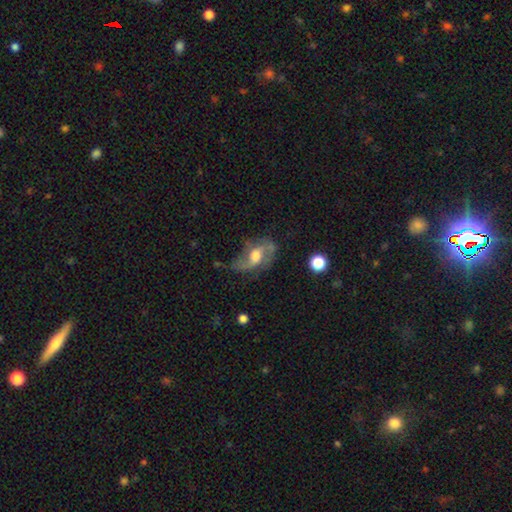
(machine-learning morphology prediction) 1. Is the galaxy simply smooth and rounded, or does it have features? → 73% featured or disk, 19% smooth, 8% star or artifact.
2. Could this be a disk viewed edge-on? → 94% no, 6% yes.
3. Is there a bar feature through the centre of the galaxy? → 45% no, 43% weak, 11% strong.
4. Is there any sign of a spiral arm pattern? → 87% yes, 13% no.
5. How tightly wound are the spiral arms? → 62% loose, 31% medium, 7% tight.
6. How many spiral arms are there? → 84% 2, 6% can't tell, 5% 1, 2% 3, 1% 4, 1% more than 4.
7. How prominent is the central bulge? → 53% moderate, 28% large, 12% small, 5% none, 2% dominant.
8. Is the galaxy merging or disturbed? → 48% none, 24% minor disturbance, 23% major disturbance, 4% merger.